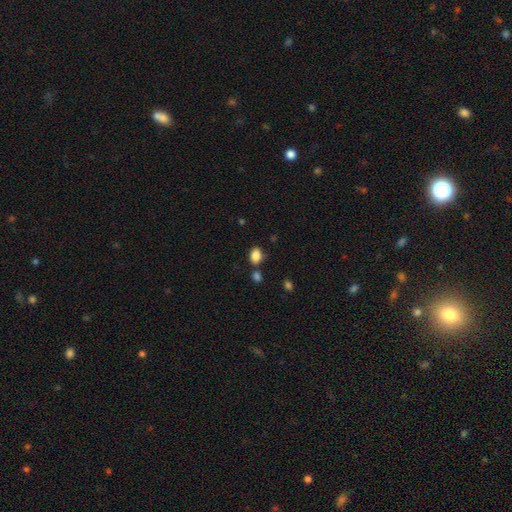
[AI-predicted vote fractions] Morphology: type=smooth (86%); roundness=in between (75%); merging=none (71%).